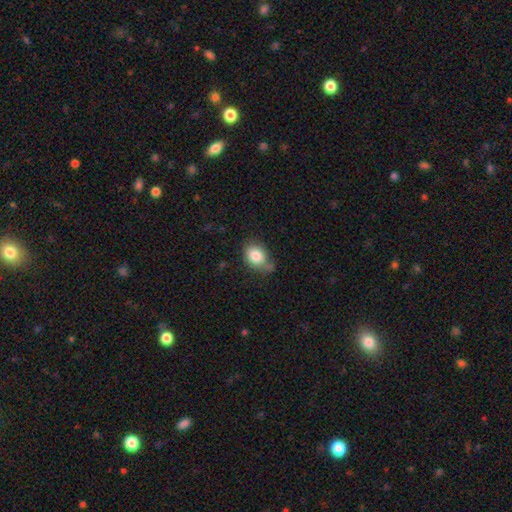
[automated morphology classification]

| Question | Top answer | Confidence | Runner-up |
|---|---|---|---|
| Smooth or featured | smooth | 83% | featured or disk (9%) |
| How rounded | in between | 67% | round (32%) |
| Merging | none | 54% | minor disturbance (31%) |